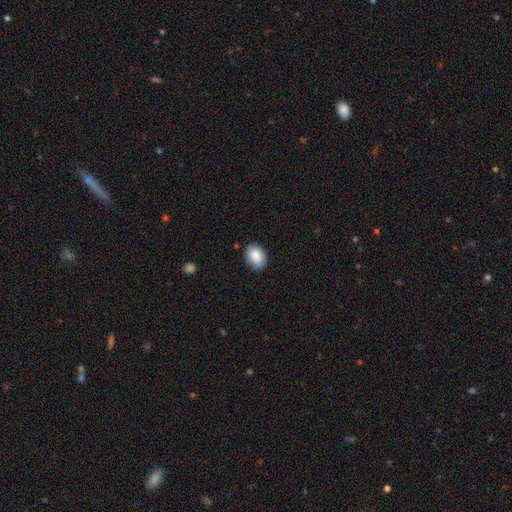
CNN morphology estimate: A smooth galaxy with no disk features (86%) that is in between round and cigar-shaped (71%).

Vote fractions:
- Smooth or featured? smooth: 86% / featured or disk: 7% / star or artifact: 7%
- How rounded? in between: 71% / round: 28% / cigar-shaped: 1%
- Merging? none: 82% / minor disturbance: 14% / major disturbance: 2% / merger: 1%